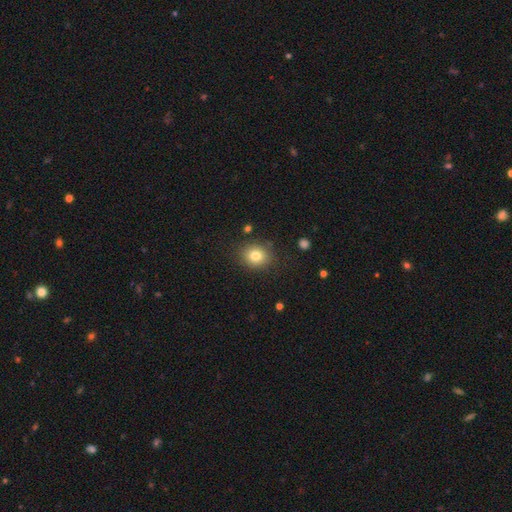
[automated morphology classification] A smooth galaxy with no disk features (80%) that is round (67%). Merging: none (86%).